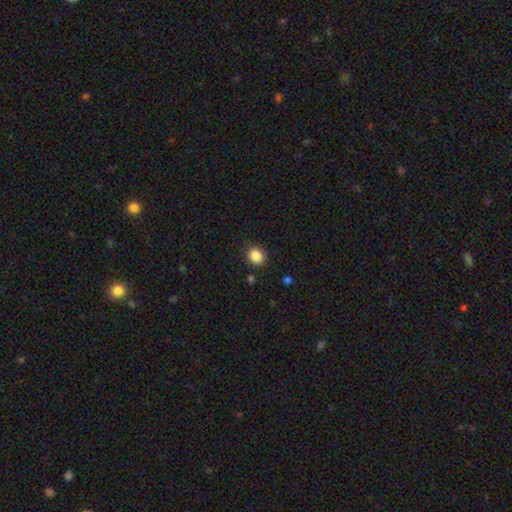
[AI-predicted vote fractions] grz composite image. It shows a smooth galaxy with no disk features (86%) that is round (73%). Merging: none (89%).